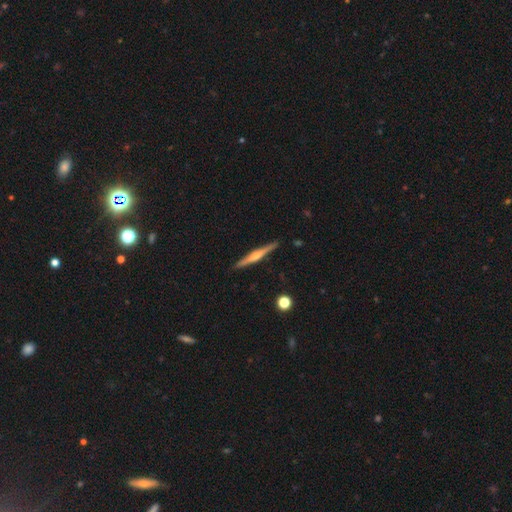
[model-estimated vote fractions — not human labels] smooth-or-featured: featured or disk: 69% | smooth: 25% | star or artifact: 6%
  disk-edge-on: yes: 98% | no: 2%
    edge-on-bulge: rounded: 78% | none: 11% | boxy: 11%
  merging: none: 91% | minor disturbance: 7% | major disturbance: 1% | merger: 1%